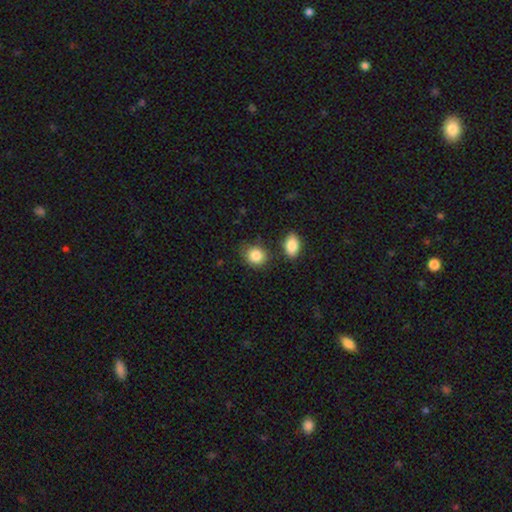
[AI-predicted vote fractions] Overall: smooth (86%). How rounded: round (65%; in between 33%). Merging: none (73%).